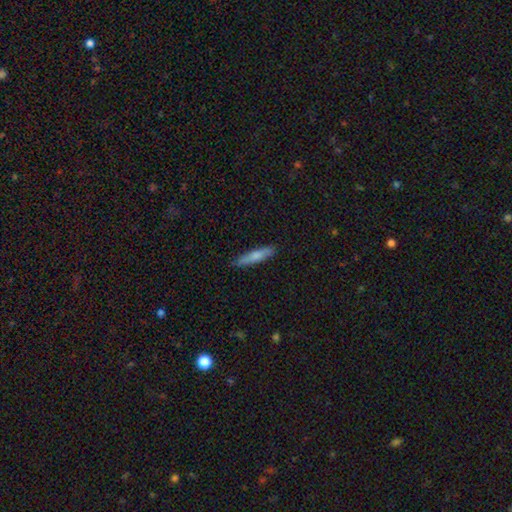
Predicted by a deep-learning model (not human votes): smooth 73%, featured or disk 21%, star or artifact 6%. Down the decision tree: how rounded — cigar-shaped (86%); merging — none (88%).